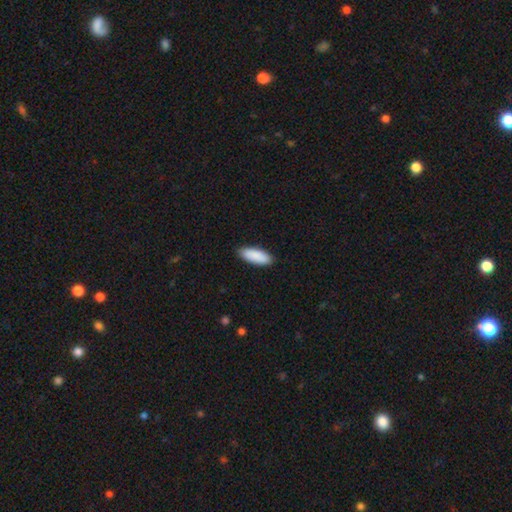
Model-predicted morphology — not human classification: smooth 90%, star or artifact 5%, featured or disk 4%. Down the decision tree: how rounded — in between (74%); merging — none (89%).